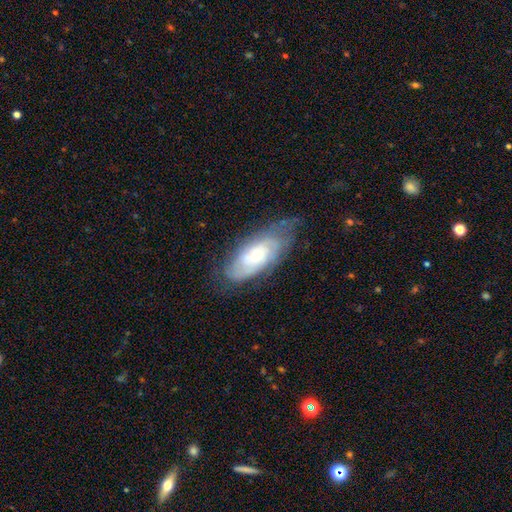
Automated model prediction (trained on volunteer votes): A featured or disk galaxy (68%) with no bar (75%), tight (65%) spiral arms (86%) and a small central bulge (58%).

Vote fractions:
- Smooth or featured? featured or disk: 68% / smooth: 25% / star or artifact: 7%
- Edge-on disk? no: 90% / yes: 10%
- Bar? no: 75% / weak: 21% / strong: 4%
- Spiral arms? yes: 86% / no: 14%
- Spiral winding? tight: 65% / medium: 27% / loose: 8%
- Spiral arm count? can't tell: 52% / 2: 28% / 3: 10% / 4: 5% / 1: 4% / more than 4: 3%
- Bulge size? small: 58% / moderate: 35% / large: 4% / none: 2% / dominant: 1%
- Merging? none: 64% / minor disturbance: 25% / major disturbance: 10% / merger: 1%